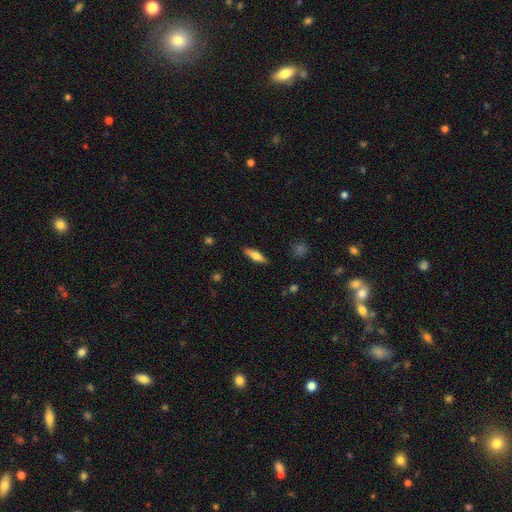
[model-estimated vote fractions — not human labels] This appears to be a smooth galaxy with no disk features (63%) that is cigar-shaped (58%). Merging: none (88%).